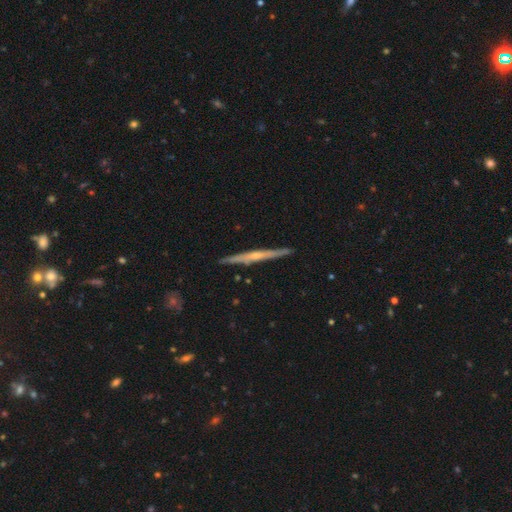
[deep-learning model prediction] This is likely a featured or disk galaxy (71%). It is clearly viewed edge-on (97%). Edge-on bulge: likely rounded (64%). Merging: clearly none (89%).